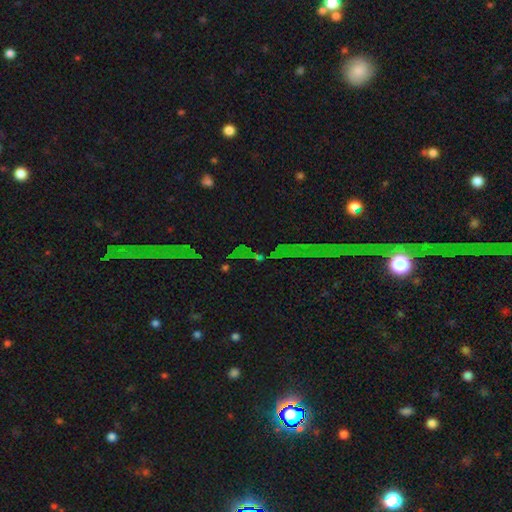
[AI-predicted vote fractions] Q: Smooth or featured?
A: star or artifact (77%); runner-up: featured or disk (13%)